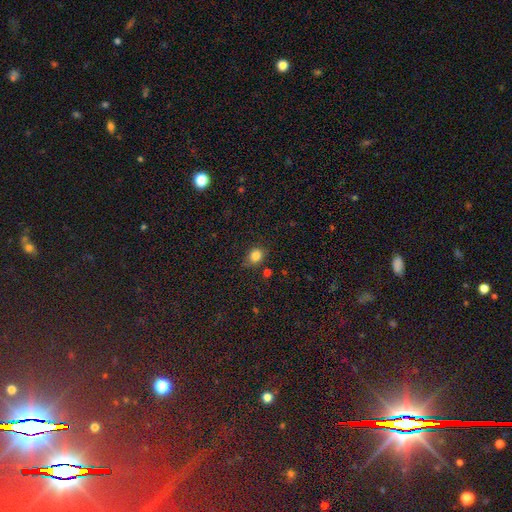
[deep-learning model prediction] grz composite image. It shows a smooth galaxy with no disk features (82%) that is round (67%). Merging: none (73%).